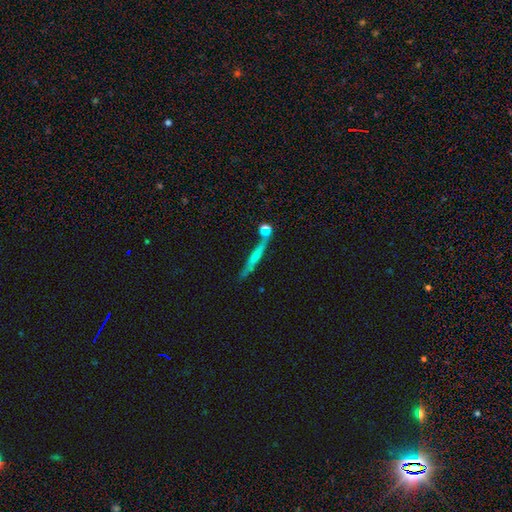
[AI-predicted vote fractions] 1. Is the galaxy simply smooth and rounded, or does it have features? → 54% featured or disk, 37% smooth, 9% star or artifact.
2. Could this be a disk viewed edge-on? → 93% yes, 7% no.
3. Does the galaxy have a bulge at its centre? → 45% none, 44% rounded, 11% boxy.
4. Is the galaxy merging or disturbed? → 71% none, 13% minor disturbance, 12% merger, 4% major disturbance.